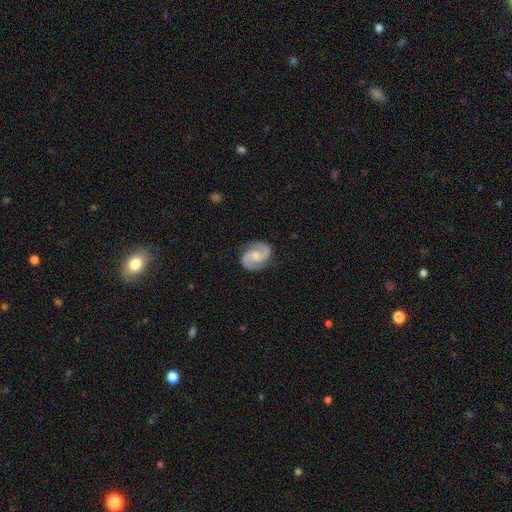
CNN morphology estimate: smooth-or-featured: featured or disk: 89% | smooth: 7% | star or artifact: 4%
  disk-edge-on: no: 98% | yes: 2%
    bar: no: 47% | weak: 44% | strong: 9%
    has-spiral-arms: yes: 98% | no: 2%
      spiral-winding: medium: 59% | tight: 23% | loose: 18%
      spiral-arm-count: 2: 94% | can't tell: 2% | 1: 1% | 3: 1% | 4: 1% | more than 4: 1%
    bulge-size: moderate: 47% | small: 33% | none: 14% | large: 5% | dominant: 1%
  merging: none: 85% | minor disturbance: 11% | major disturbance: 3% | merger: 1%